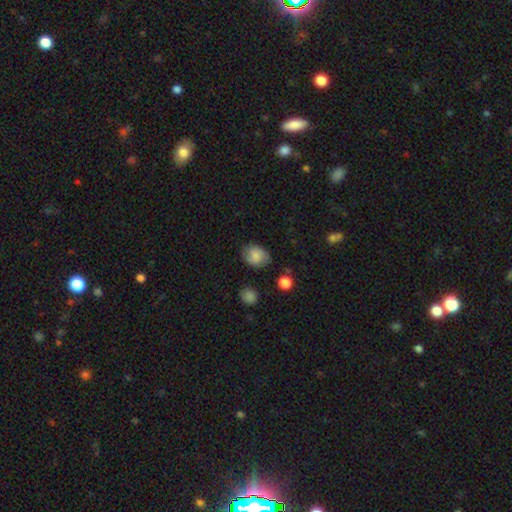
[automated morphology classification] A smooth galaxy with no disk features (76%) that is in between round and cigar-shaped (61%).

Vote fractions:
- Smooth or featured? smooth: 76% / featured or disk: 15% / star or artifact: 9%
- How rounded? in between: 61% / round: 38% / cigar-shaped: 1%
- Merging? none: 75% / minor disturbance: 18% / major disturbance: 4% / merger: 2%